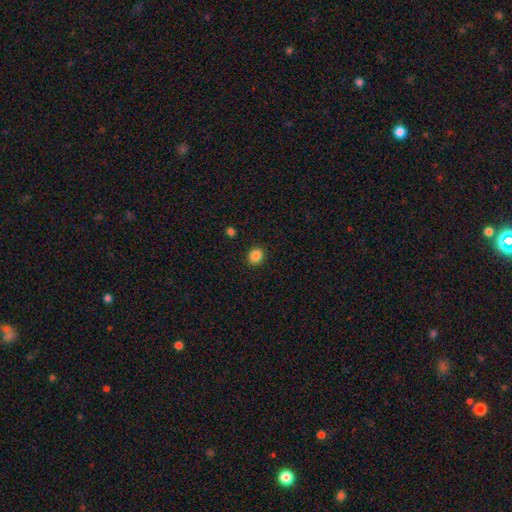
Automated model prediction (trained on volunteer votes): This is clearly a smooth galaxy (86%). How rounded: likely round (75%). Merging: clearly none (91%).